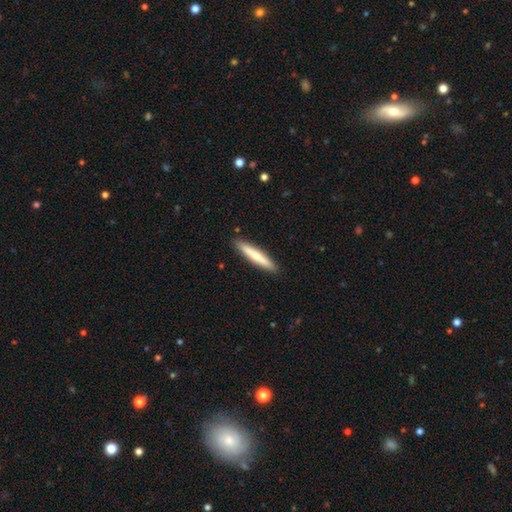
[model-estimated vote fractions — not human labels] Smooth or featured? smooth (67%)
How rounded? cigar-shaped (93%)
Merging? none (91%)